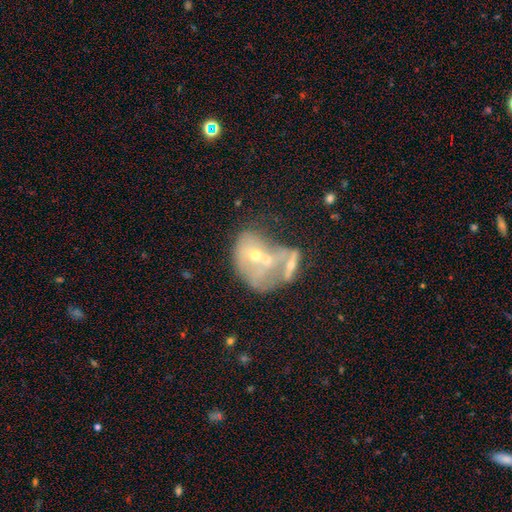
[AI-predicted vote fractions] A featured or disk galaxy (56%) with no bar (85%), no spiral arms (82%) and a moderate central bulge (52%). Merging: merger (68%).